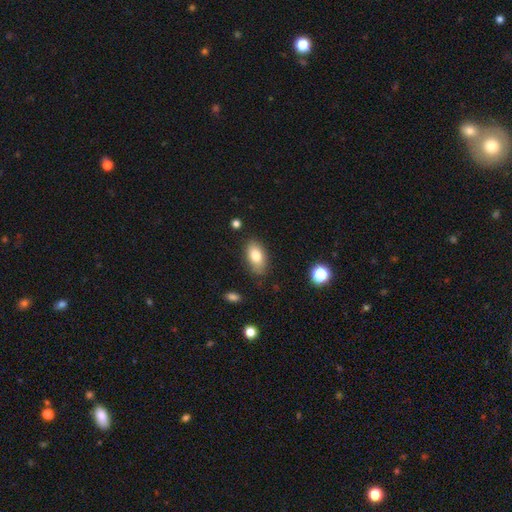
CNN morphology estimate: Smooth or featured? smooth (80%)
How rounded? in between (90%)
Merging? none (83%)